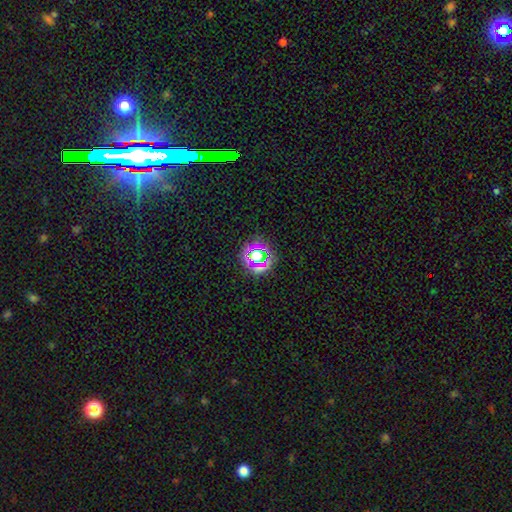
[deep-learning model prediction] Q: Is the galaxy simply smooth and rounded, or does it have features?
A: star or artifact — 55%.